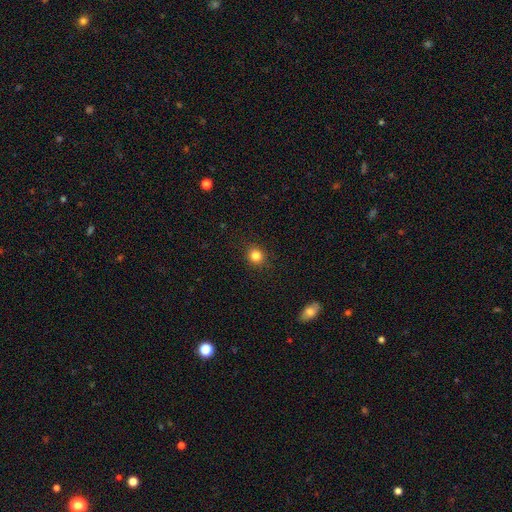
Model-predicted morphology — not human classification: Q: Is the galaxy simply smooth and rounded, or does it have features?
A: smooth — 84%.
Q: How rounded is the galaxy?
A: round — 87%.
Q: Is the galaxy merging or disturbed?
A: none — 90%.